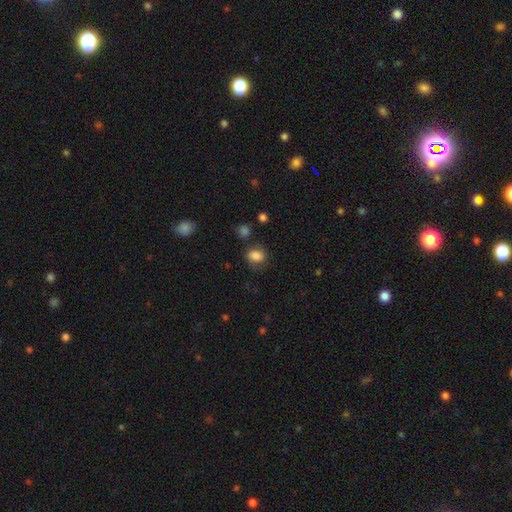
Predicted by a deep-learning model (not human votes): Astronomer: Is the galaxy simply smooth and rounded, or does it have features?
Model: smooth — 82%.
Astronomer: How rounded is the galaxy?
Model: in between — 57% (runner-up: round, 42%).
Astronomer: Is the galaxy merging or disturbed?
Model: none — 68%.